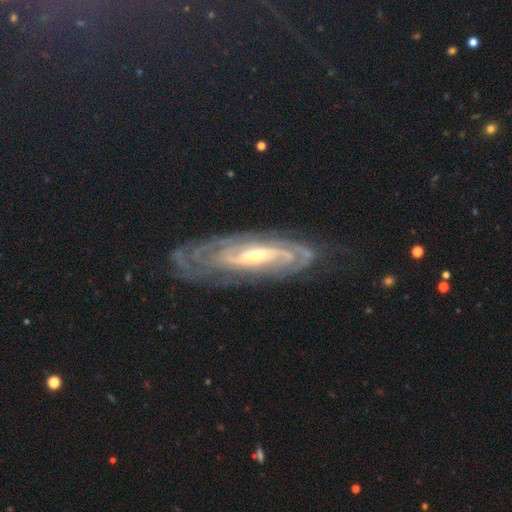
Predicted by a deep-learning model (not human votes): Smooth or featured? featured or disk (88%)
Edge-on disk? no (85%)
Bar? no (36%)
Spiral arms? yes (96%)
Spiral winding? tight (67%)
Spiral arm count? can't tell (32%)
Bulge size? small (51%)
Merging? none (73%)